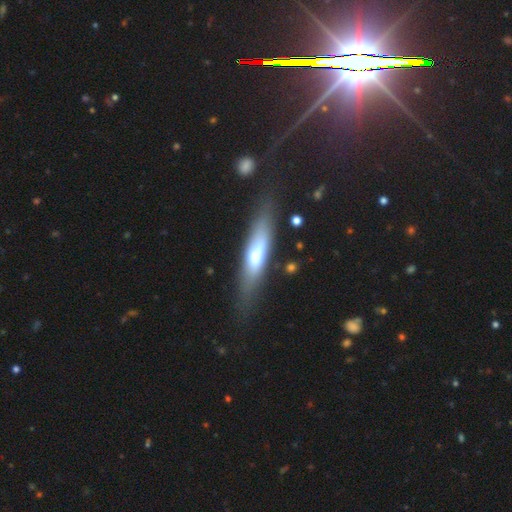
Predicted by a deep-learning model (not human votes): This is possibly a smooth galaxy (52%). How rounded: likely cigar-shaped (72%). Merging: likely none (76%).